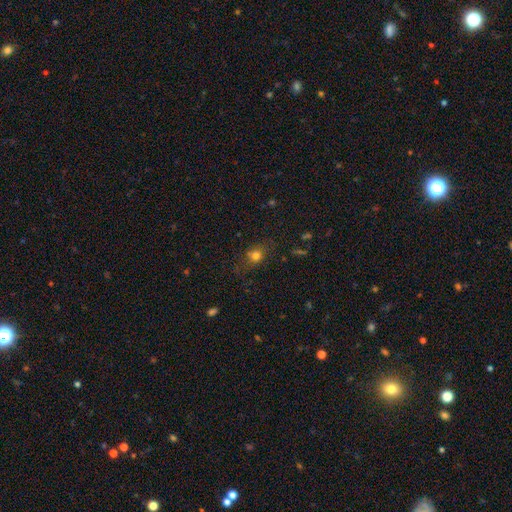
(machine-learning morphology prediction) This appears to be a smooth galaxy with no disk features (72%) that is round (61%). Merging: none (71%).